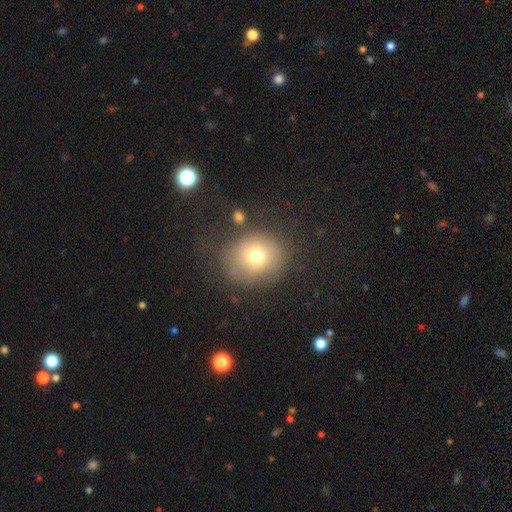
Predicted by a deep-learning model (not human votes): smooth 71%, featured or disk 15%, star or artifact 13%. Down the decision tree: how rounded — round (74%); merging — none (67%).